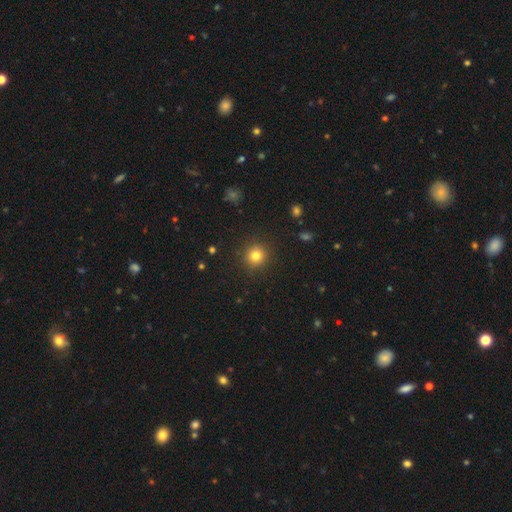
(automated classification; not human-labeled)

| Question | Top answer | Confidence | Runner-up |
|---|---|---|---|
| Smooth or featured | smooth | 80% | star or artifact (13%) |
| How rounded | round | 93% | in between (6%) |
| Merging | none | 90% | minor disturbance (6%) |